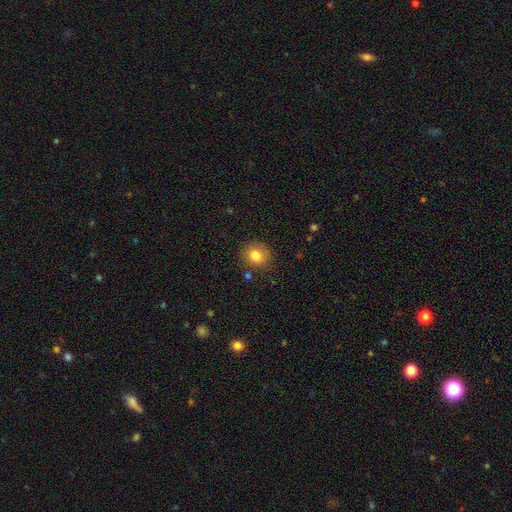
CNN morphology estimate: Q: Smooth or featured?
A: smooth (81%); runner-up: star or artifact (10%)
Q: How rounded?
A: round (74%); runner-up: in between (26%)
Q: Merging?
A: none (82%); runner-up: minor disturbance (12%)